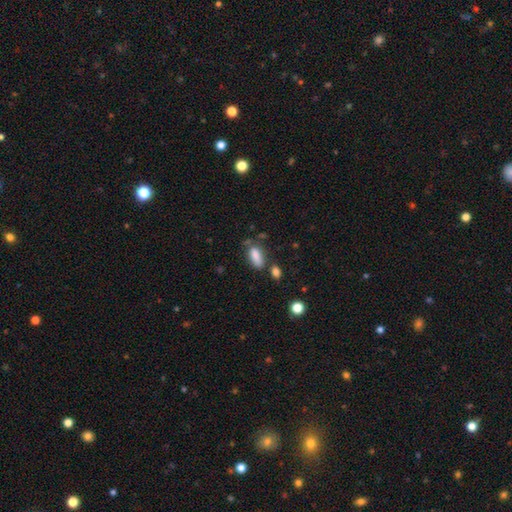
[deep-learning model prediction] smooth_or_featured: smooth (p=0.83) [alt: star or artifact p=0.09]
how_rounded: in between (p=0.79) [alt: cigar-shaped p=0.17]
merging: none (p=0.53) [alt: minor disturbance p=0.25]